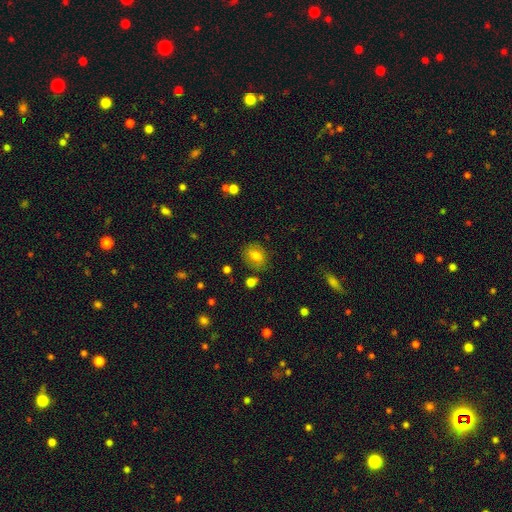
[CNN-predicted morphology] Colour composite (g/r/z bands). It shows a smooth galaxy with no disk features (76%) that is round (50%). Merging: none (79%).